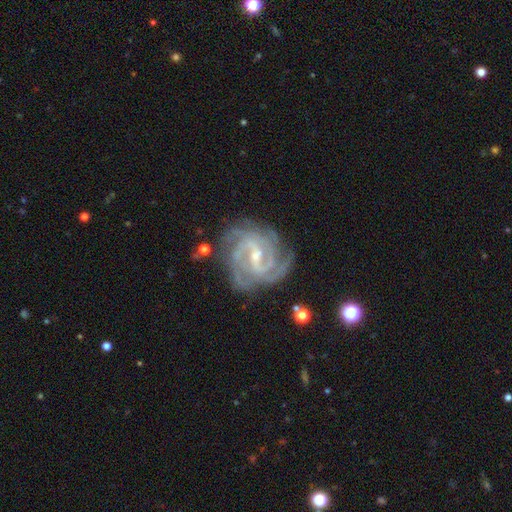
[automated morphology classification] smooth_or_featured: featured or disk (p=0.91) [alt: star or artifact p=0.05]
disk_edge_on: no (p=0.98) [alt: yes p=0.02]
bar: weak (p=0.51) [alt: strong p=0.32]
has_spiral_arms: yes (p=0.98) [alt: no p=0.02]
spiral_winding: tight (p=0.60) [alt: medium p=0.35]
spiral_arm_count: 3 (p=0.32) [alt: 4 p=0.23]
bulge_size: small (p=0.61) [alt: moderate p=0.34]
merging: none (p=0.74) [alt: minor disturbance p=0.17]